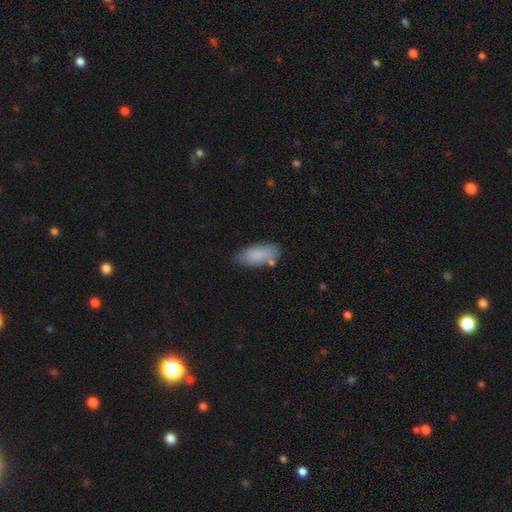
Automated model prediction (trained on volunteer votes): This is clearly a smooth galaxy (84%). How rounded: clearly in between (90%). Merging: likely none (70%).